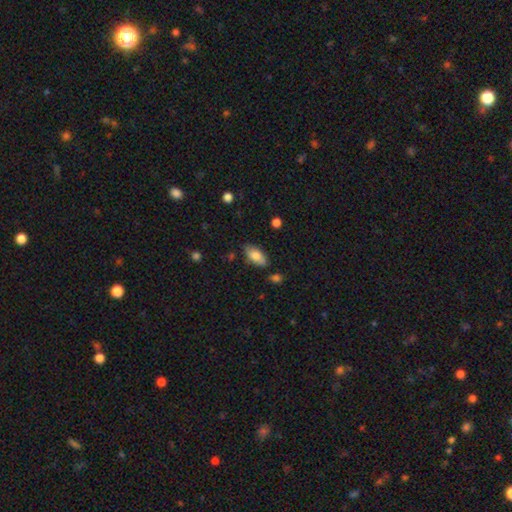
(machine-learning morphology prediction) A smooth galaxy with no disk features (77%) that is in between round and cigar-shaped (89%). Merging: none (78%).